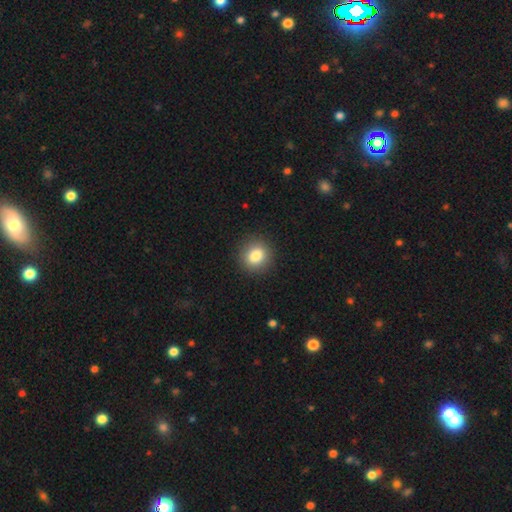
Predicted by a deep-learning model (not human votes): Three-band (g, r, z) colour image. It shows a smooth galaxy with no disk features (83%) that is round (86%). Merging: none (91%).